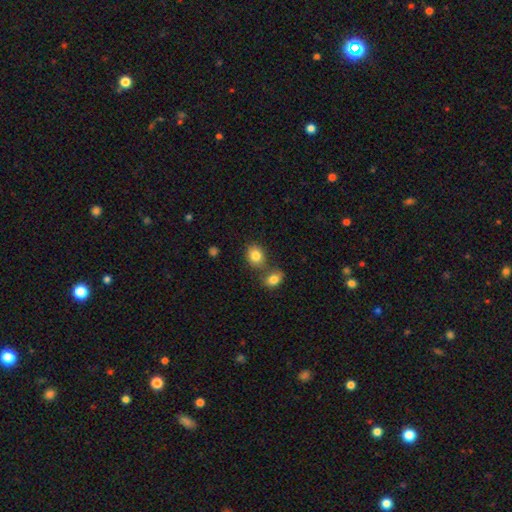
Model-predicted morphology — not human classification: smooth-or-featured: smooth: 84% | star or artifact: 9% | featured or disk: 7%
  how-rounded: round: 54% | in between: 45% | cigar-shaped: 1%
  merging: none: 60% | merger: 26% | minor disturbance: 10% | major disturbance: 3%